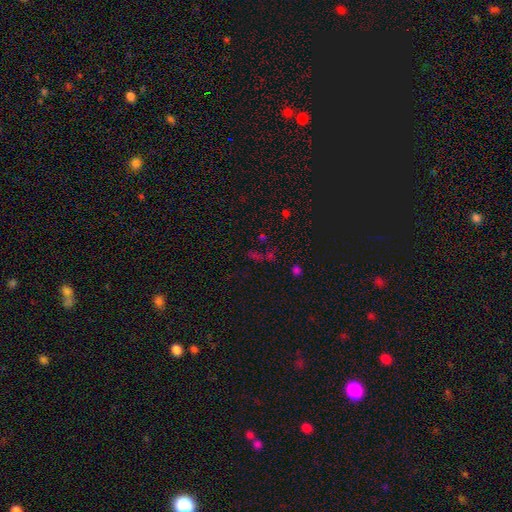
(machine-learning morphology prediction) star or artifact 59%, smooth 30%, featured or disk 11%.